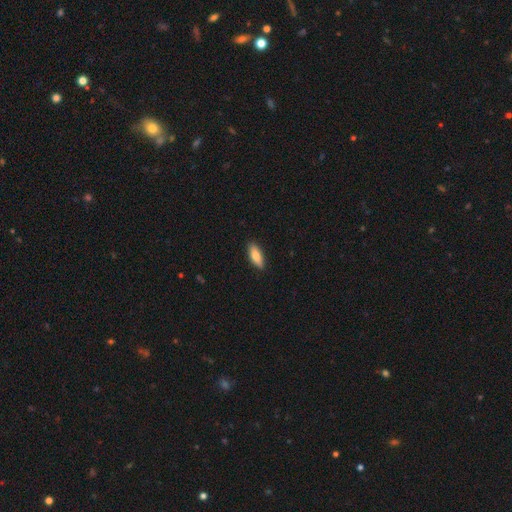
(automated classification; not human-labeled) This appears to be a smooth galaxy with no disk features (79%) that is in between round and cigar-shaped (68%). Merging: none (88%).